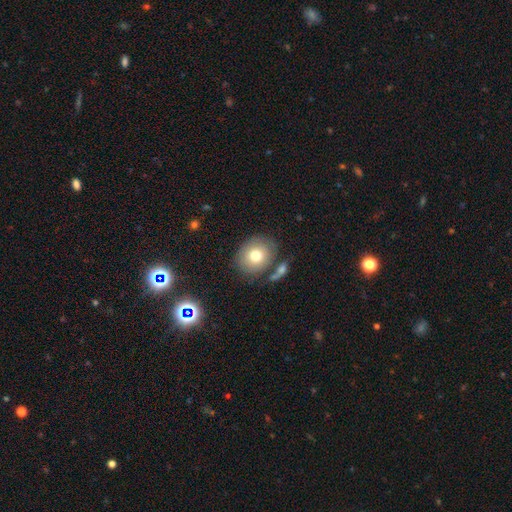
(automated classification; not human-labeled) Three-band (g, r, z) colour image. It shows a smooth galaxy with no disk features (76%) that is round (62%). Merging: none (72%).